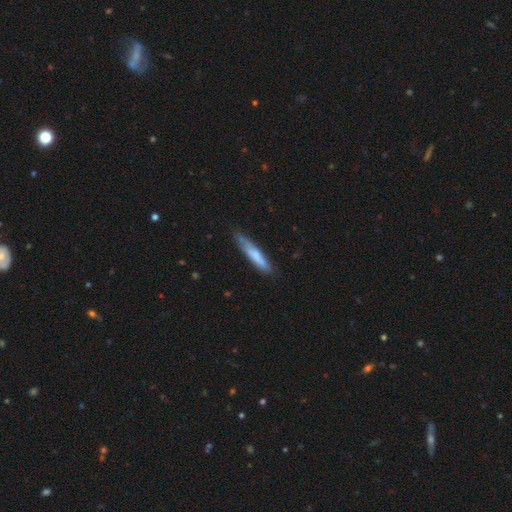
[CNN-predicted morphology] This is likely a smooth galaxy (68%). How rounded: clearly cigar-shaped (90%). Merging: likely none (70%).